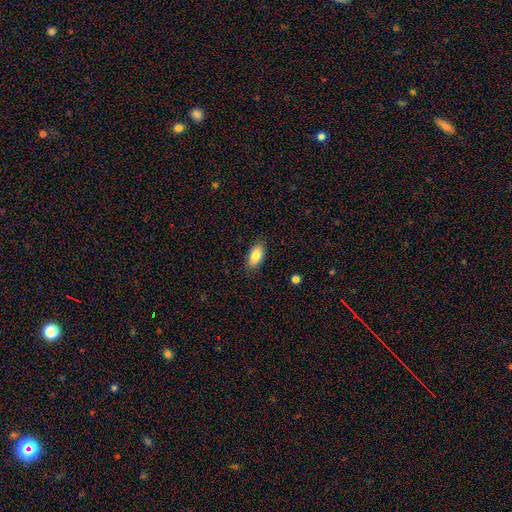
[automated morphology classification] Smooth or featured?
  - smooth: 81% *
  - featured or disk: 12%
  - star or artifact: 7%
How rounded?
  - in between: 91% *
  - cigar-shaped: 6%
  - round: 3%
Merging?
  - none: 86% *
  - minor disturbance: 11%
  - major disturbance: 2%
  - merger: 1%